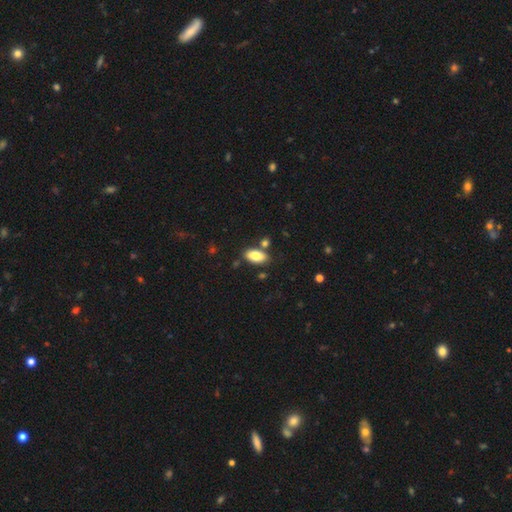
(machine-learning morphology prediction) type=smooth (82%); roundness=in between (93%); merging=none (76%).